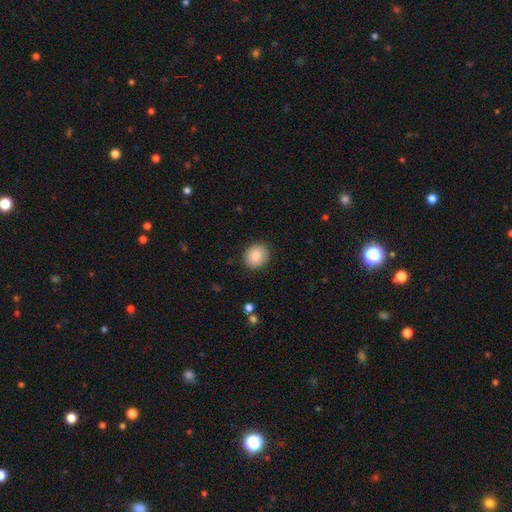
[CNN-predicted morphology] smooth-or-featured: smooth: 82% | featured or disk: 10% | star or artifact: 8%
  how-rounded: round: 78% | in between: 22% | cigar-shaped: 1%
  merging: none: 88% | minor disturbance: 9% | major disturbance: 2% | merger: 1%